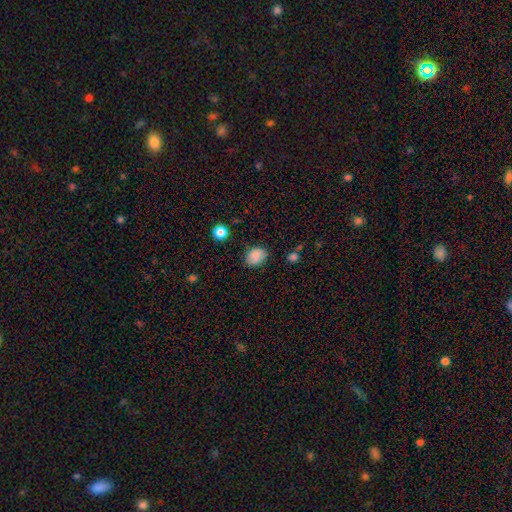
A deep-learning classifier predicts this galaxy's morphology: smooth 86%, star or artifact 9%, featured or disk 5%. Down the decision tree: how rounded — in between (59%); merging — none (77%).